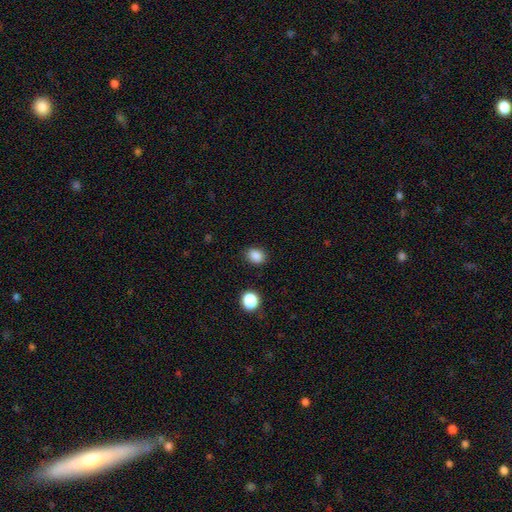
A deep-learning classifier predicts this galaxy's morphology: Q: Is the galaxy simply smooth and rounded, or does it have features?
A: smooth — 86%.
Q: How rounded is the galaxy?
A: round — 51%.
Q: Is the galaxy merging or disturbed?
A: none — 86%.